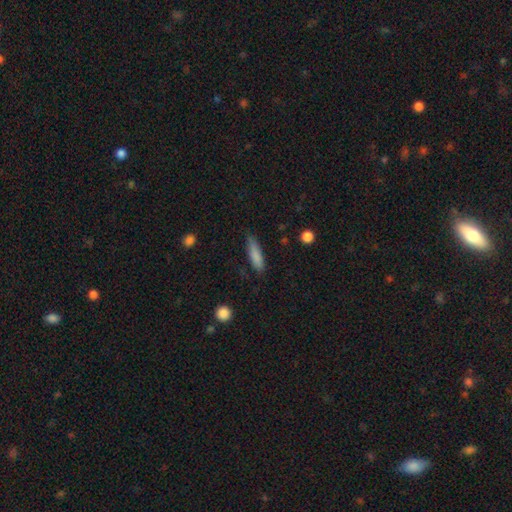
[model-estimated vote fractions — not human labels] Smooth or featured? smooth (82%)
How rounded? cigar-shaped (71%)
Merging? none (74%)